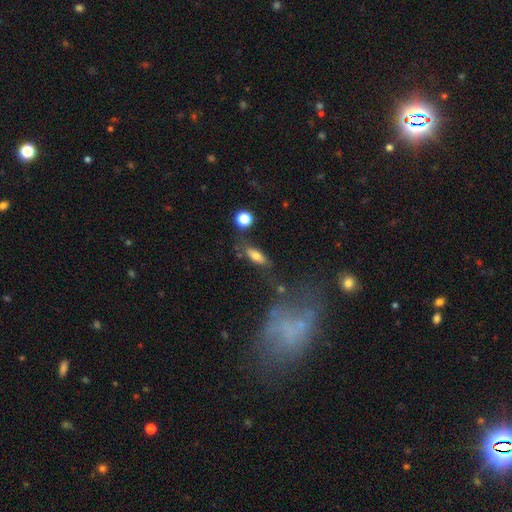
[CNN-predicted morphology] Overall: smooth (73%). How rounded: in between (70%). Merging: none (69%).